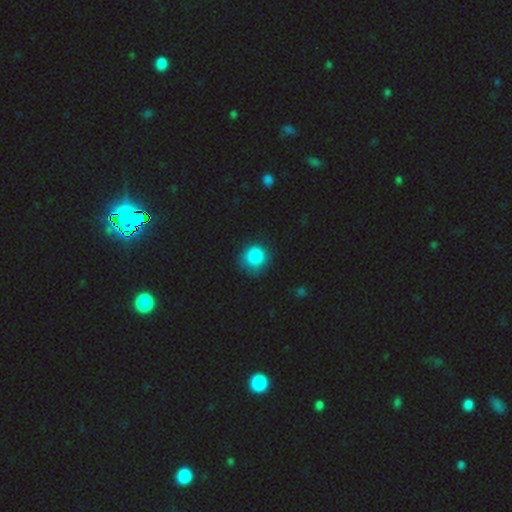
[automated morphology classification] The model was most divided on "merging": none: 72%, minor disturbance: 21%, major disturbance: 6%, merger: 2%. More confident: how rounded — round (89%); smooth or featured — smooth (86%).